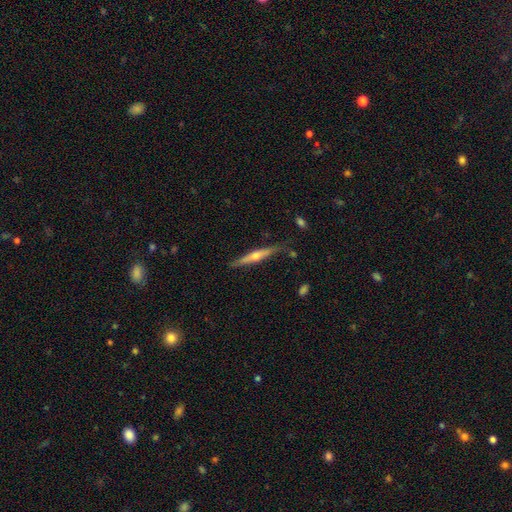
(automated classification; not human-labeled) featured or disk 72%, smooth 22%, star or artifact 6%. Down the decision tree: edge-on disk — yes (97%); edge-on bulge — rounded (87%); merging — none (84%).